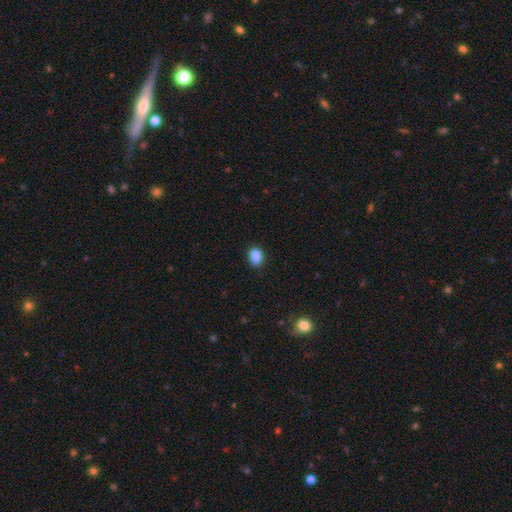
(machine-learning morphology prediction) Q: Smooth or featured?
A: smooth (87%); runner-up: star or artifact (9%)
Q: How rounded?
A: in between (73%); runner-up: round (25%)
Q: Merging?
A: none (78%); runner-up: minor disturbance (17%)